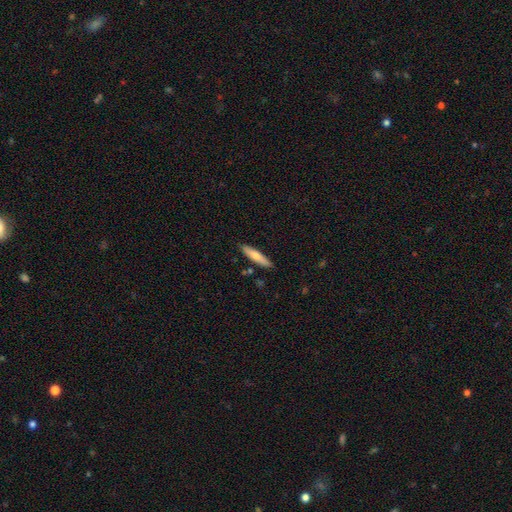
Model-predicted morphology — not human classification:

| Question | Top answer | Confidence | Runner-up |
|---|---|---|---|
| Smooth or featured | smooth | 69% | featured or disk (26%) |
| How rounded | cigar-shaped | 81% | in between (18%) |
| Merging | none | 86% | minor disturbance (10%) |